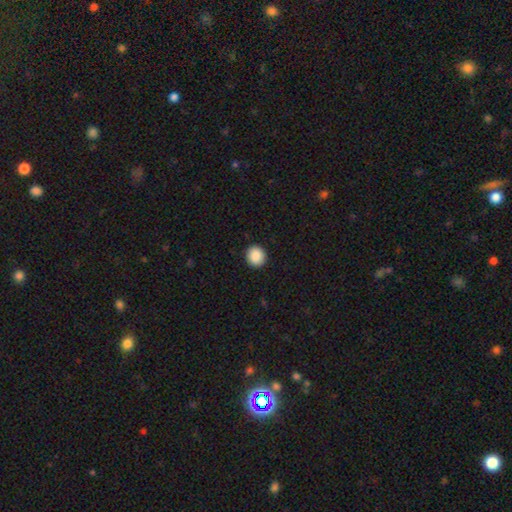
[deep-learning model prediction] A smooth galaxy with no disk features (89%) that is round (88%).

Vote fractions:
- Smooth or featured? smooth: 89% / star or artifact: 8% / featured or disk: 3%
- How rounded? round: 88% / in between: 12% / cigar-shaped: 1%
- Merging? none: 92% / minor disturbance: 5% / major disturbance: 2% / merger: 1%